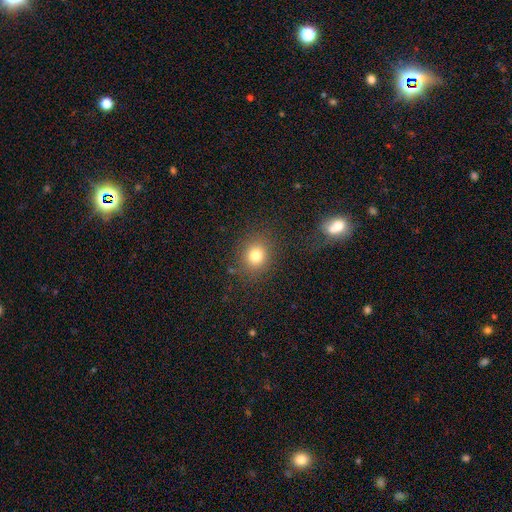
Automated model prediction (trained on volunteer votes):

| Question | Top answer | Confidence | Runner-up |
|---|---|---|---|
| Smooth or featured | smooth | 79% | star or artifact (13%) |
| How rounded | round | 77% | in between (22%) |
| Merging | none | 84% | minor disturbance (9%) |